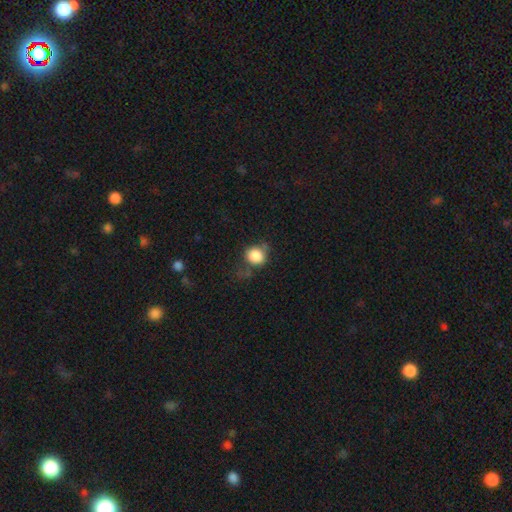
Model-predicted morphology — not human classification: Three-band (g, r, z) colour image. It shows a smooth galaxy with no disk features (83%) that is round (77%). Merging: none (56%).